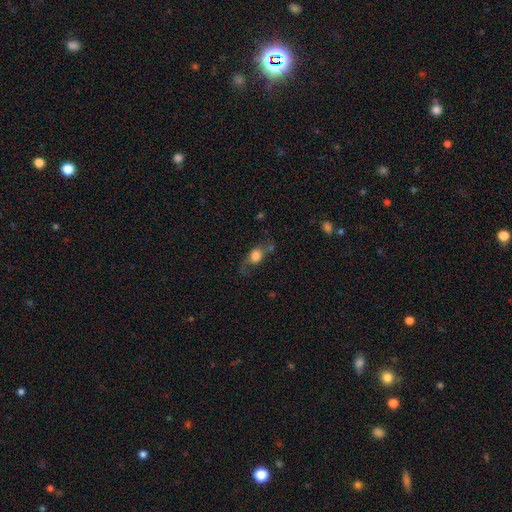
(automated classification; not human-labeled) Smooth or featured: smooth — 62% (featured or disk — 28%)
How rounded: in between — 48% (round — 46%)
Merging: none — 49% (minor disturbance — 24%)